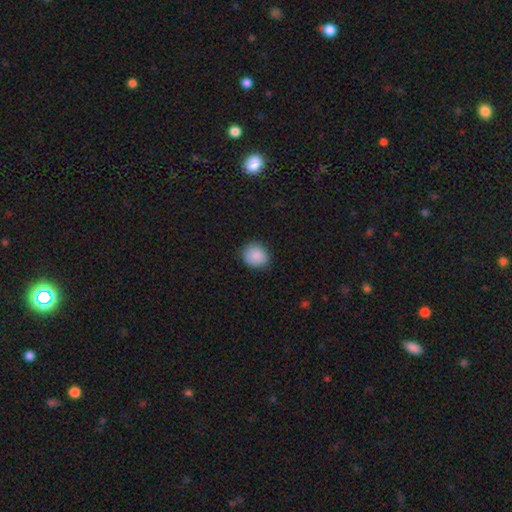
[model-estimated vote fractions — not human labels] This is clearly a smooth galaxy (88%). How rounded: likely round (77%). Merging: clearly none (84%).